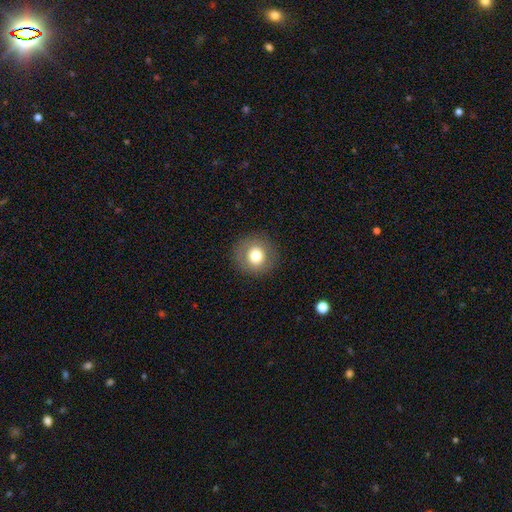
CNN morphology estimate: This appears to be a smooth galaxy with no disk features (74%) that is round (93%). Merging: none (88%).